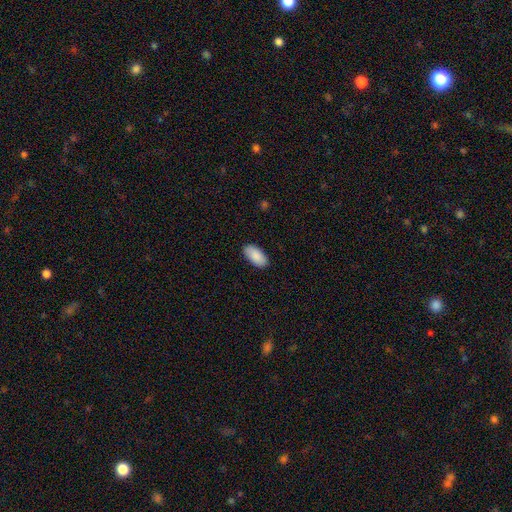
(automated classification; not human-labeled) This appears to be a smooth galaxy with no disk features (89%) that is in between round and cigar-shaped (95%). Merging: none (88%).